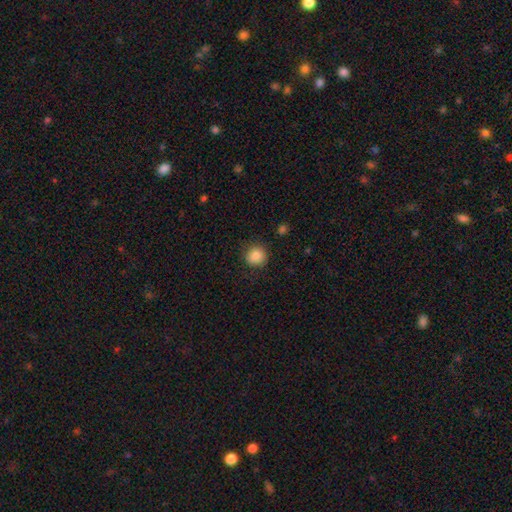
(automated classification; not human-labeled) smooth_or_featured: smooth (p=0.85) [alt: star or artifact p=0.10]
how_rounded: round (p=0.92) [alt: in between p=0.07]
merging: none (p=0.86) [alt: minor disturbance p=0.09]